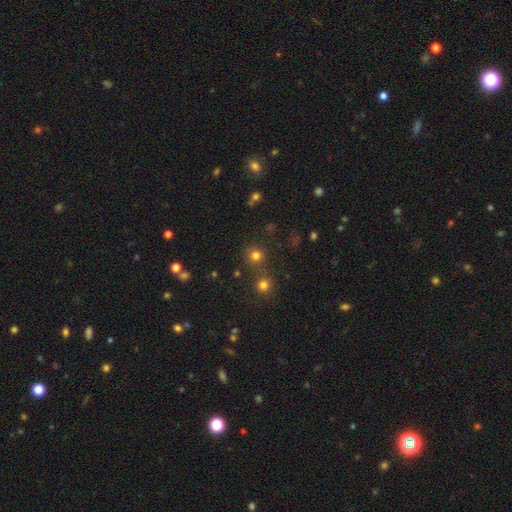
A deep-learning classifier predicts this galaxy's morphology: smooth_or_featured: smooth (p=0.75) [alt: star or artifact p=0.19]
how_rounded: round (p=0.91) [alt: in between p=0.08]
merging: none (p=0.73) [alt: merger p=0.16]